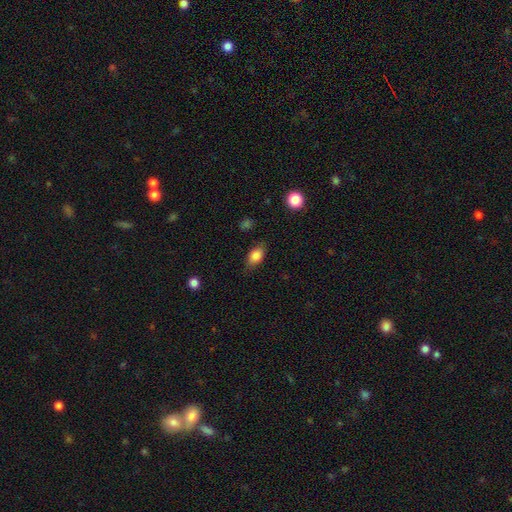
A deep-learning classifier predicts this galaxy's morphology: The model was most divided on "merging": none: 73%, minor disturbance: 20%, major disturbance: 5%, merger: 1%. More confident: how rounded — in between (83%); smooth or featured — smooth (81%).